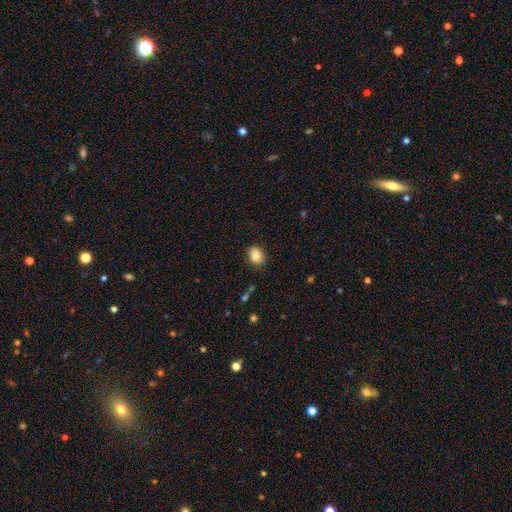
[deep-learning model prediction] Q: Smooth or featured?
A: smooth (83%); runner-up: star or artifact (9%)
Q: How rounded?
A: in between (55%); runner-up: round (44%)
Q: Merging?
A: none (84%); runner-up: minor disturbance (13%)